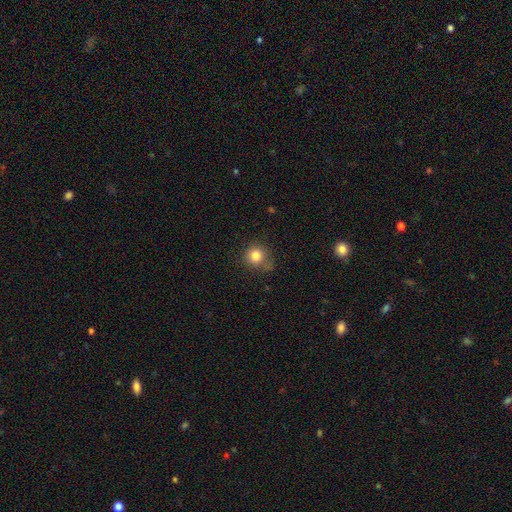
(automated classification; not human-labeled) This is clearly a smooth galaxy (82%). How rounded: clearly round (90%). Merging: likely none (72%).